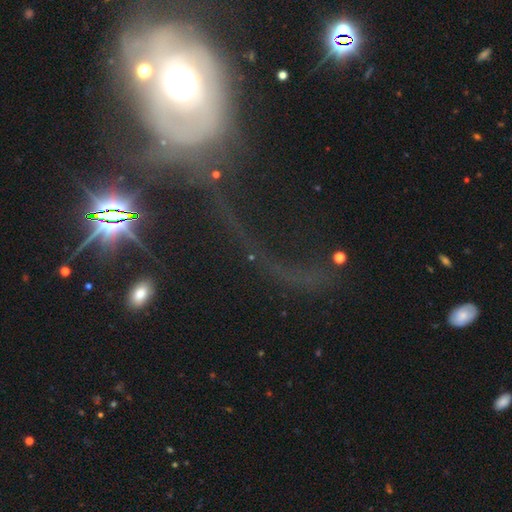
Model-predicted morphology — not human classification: smooth_or_featured: featured or disk (p=0.52) [alt: smooth p=0.25]
disk_edge_on: no (p=0.89) [alt: yes p=0.11]
merging: major disturbance (p=0.53) [alt: none p=0.25]